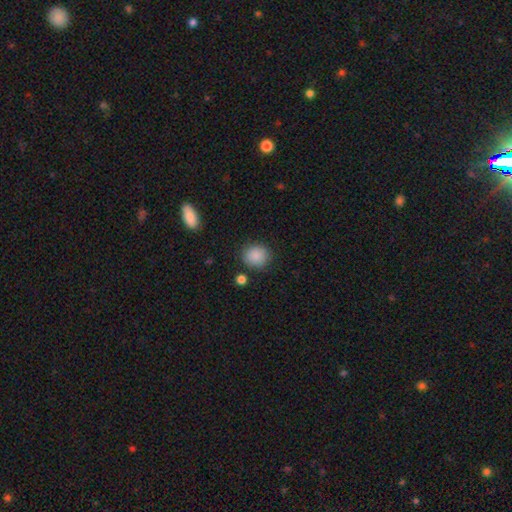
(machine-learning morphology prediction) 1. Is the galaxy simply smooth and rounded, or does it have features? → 88% smooth, 9% star or artifact, 4% featured or disk.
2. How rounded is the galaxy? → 80% round, 19% in between, 1% cigar-shaped.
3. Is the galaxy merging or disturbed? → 84% none, 10% minor disturbance, 3% major disturbance, 3% merger.